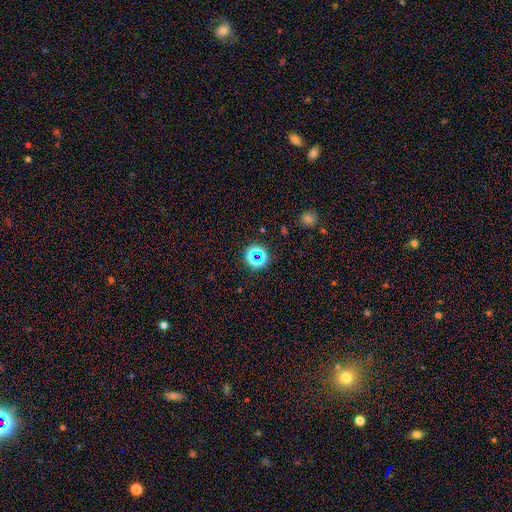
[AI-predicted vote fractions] Smooth or featured? Predicted: star or artifact (p=0.58).